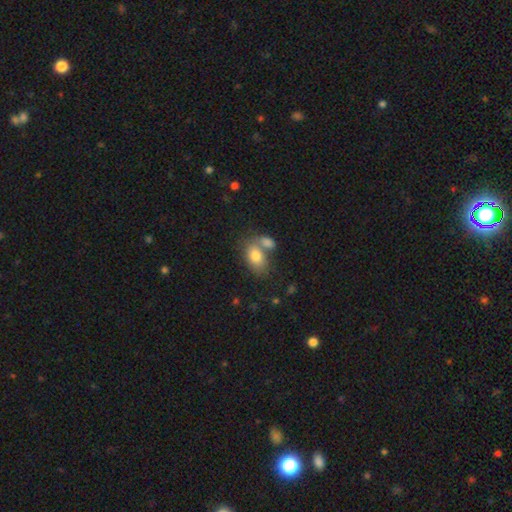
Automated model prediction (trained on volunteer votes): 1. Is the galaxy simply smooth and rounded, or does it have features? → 78% smooth, 14% featured or disk, 8% star or artifact.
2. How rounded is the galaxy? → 88% in between, 11% round, 2% cigar-shaped.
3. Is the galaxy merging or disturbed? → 43% merger, 40% none, 12% minor disturbance, 5% major disturbance.